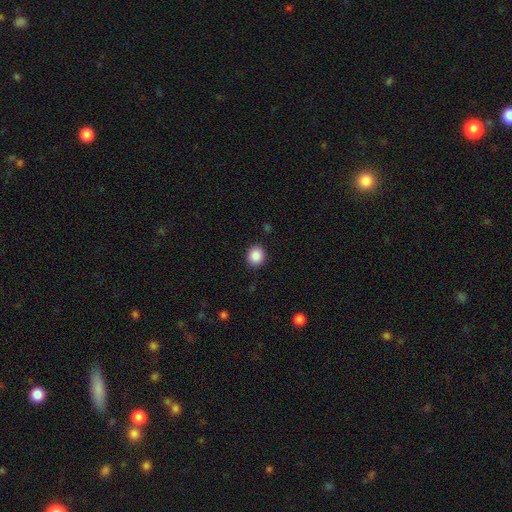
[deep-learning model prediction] Smooth or featured?
  - smooth: 88% *
  - star or artifact: 9%
  - featured or disk: 3%
How rounded?
  - round: 81% *
  - in between: 18%
  - cigar-shaped: 1%
Merging?
  - none: 90% *
  - minor disturbance: 7%
  - major disturbance: 2%
  - merger: 1%